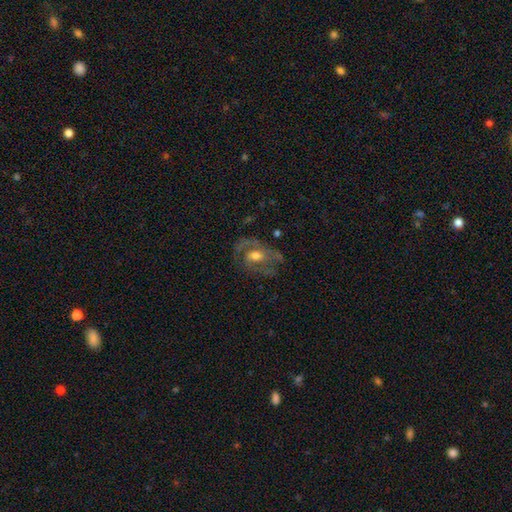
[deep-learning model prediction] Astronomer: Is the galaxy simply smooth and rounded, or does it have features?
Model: featured or disk — 72%.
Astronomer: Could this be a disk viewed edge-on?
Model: no — 96%.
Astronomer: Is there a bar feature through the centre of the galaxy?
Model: no — 61%.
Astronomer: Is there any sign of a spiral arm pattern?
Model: yes — 71%.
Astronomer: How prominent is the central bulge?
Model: moderate — 65%.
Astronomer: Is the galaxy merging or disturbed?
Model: none — 58%.